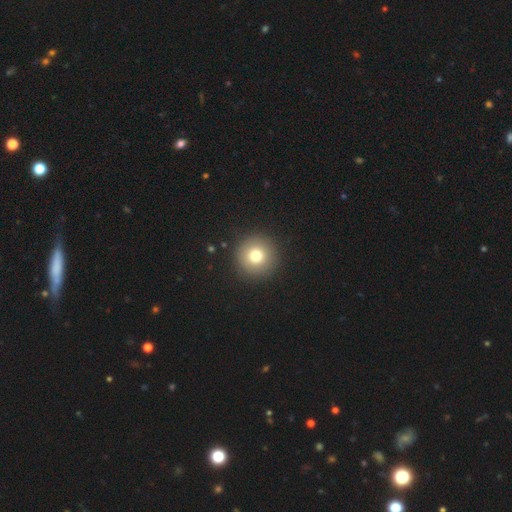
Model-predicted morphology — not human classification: type=smooth (76%); roundness=round (96%); merging=none (92%).